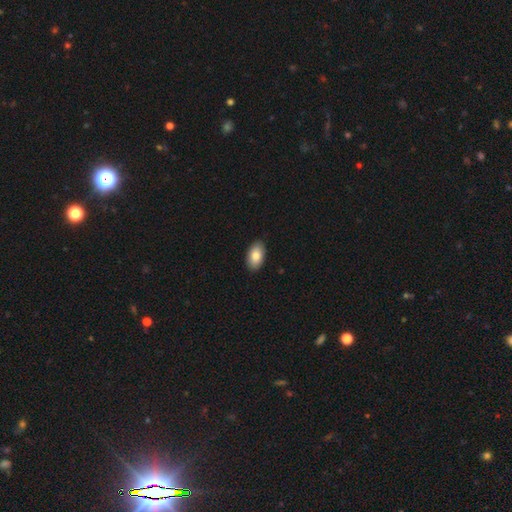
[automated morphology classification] Smooth or featured? smooth (84%)
How rounded? in between (95%)
Merging? none (90%)